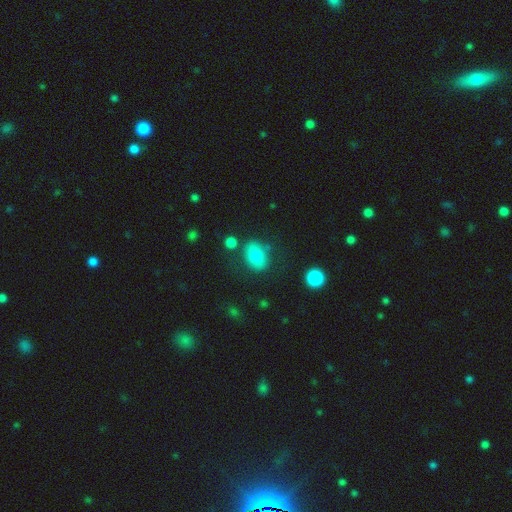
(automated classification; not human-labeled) This appears to be a smooth galaxy with no disk features (76%) that is in between round and cigar-shaped (69%). Merging: none (70%).